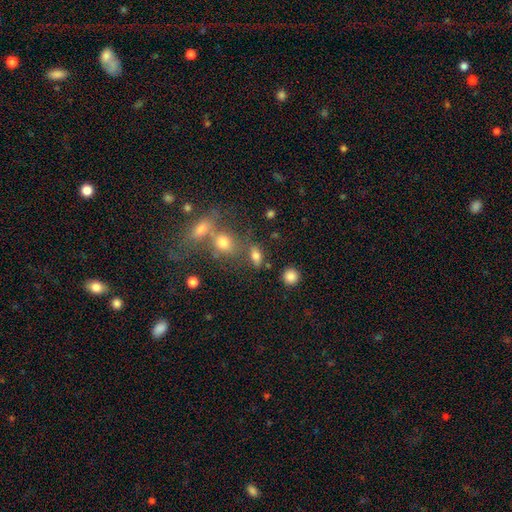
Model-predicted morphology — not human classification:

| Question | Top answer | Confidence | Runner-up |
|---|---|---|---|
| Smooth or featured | smooth | 76% | star or artifact (13%) |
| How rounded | in between | 73% | round (20%) |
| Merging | none | 63% | merger (18%) |